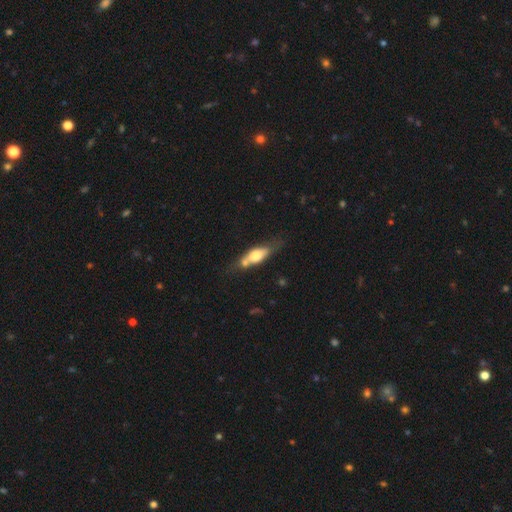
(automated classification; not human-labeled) Smooth or featured? Predicted: smooth (p=0.55). How rounded? Predicted: in between (p=0.56). Merging? Predicted: none (p=0.50).